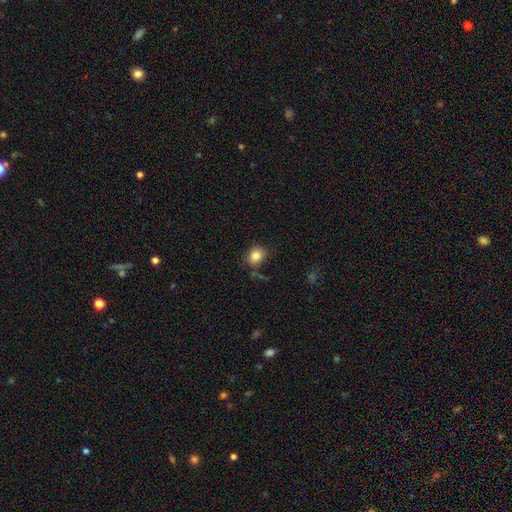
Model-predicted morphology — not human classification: type=smooth (83%); roundness=round (66%); merging=none (78%).